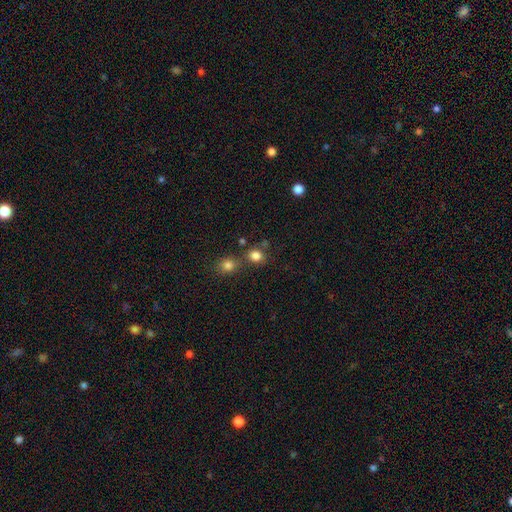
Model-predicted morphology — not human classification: Smooth or featured: smooth — 81% (star or artifact — 13%)
How rounded: round — 72% (in between — 27%)
Merging: none — 64% (merger — 21%)